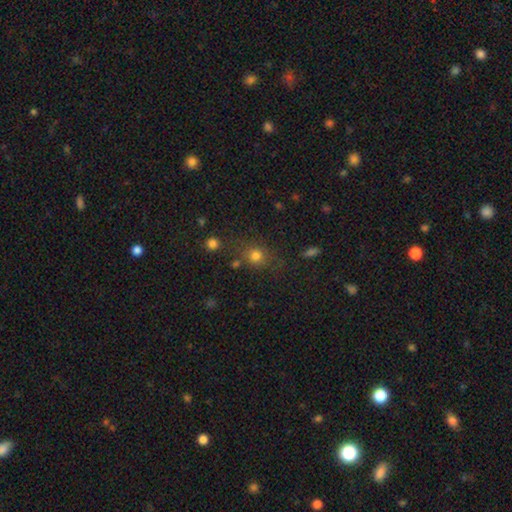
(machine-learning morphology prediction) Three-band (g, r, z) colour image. It shows a smooth galaxy with no disk features (76%) that is round (81%). Merging: none (72%).